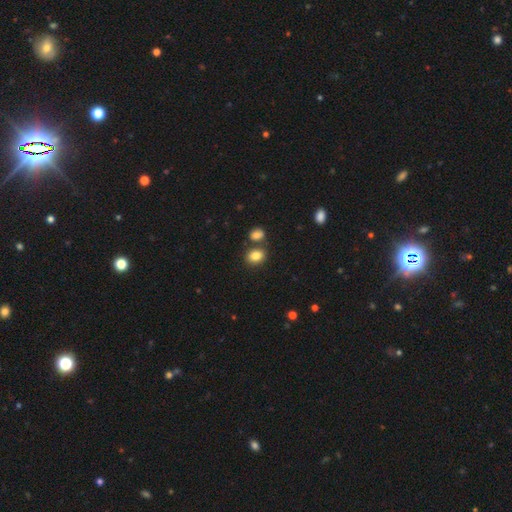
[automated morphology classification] smooth 84%, star or artifact 10%, featured or disk 7%. Down the decision tree: how rounded — in between (61%); merging — none (67%).